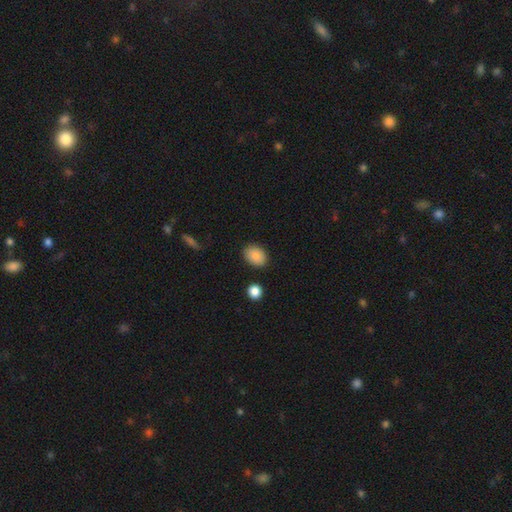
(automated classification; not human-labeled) smooth 88%, star or artifact 7%, featured or disk 4%. Down the decision tree: how rounded — in between (69%); merging — none (85%).